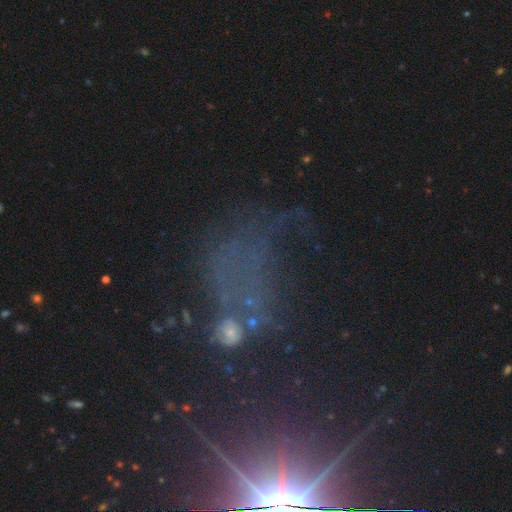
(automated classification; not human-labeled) A star or artifact, not a galaxy (58%).